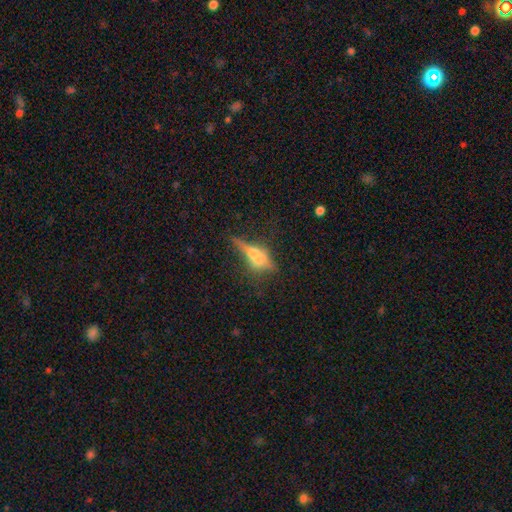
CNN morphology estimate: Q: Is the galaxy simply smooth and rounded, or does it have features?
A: featured or disk — 49%.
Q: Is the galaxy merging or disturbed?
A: none — 40%.